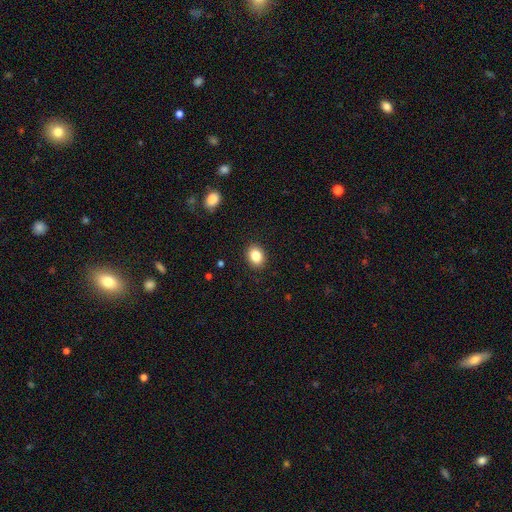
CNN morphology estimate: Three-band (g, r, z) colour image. It shows a smooth galaxy with no disk features (85%) that is in between round and cigar-shaped (62%). Merging: none (90%).